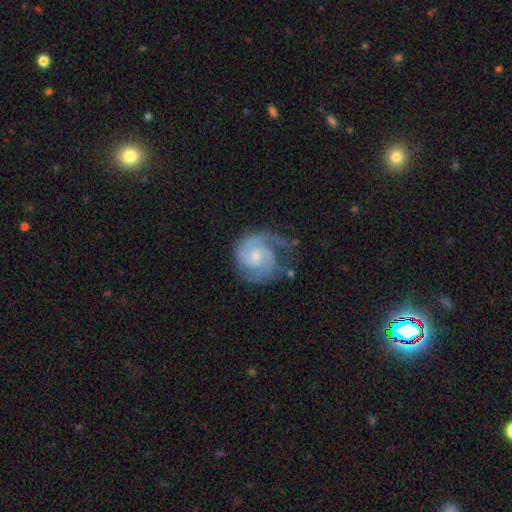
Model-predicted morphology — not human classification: Smooth or featured?
  - featured or disk: 83% *
  - smooth: 12%
  - star or artifact: 5%
Edge-on disk?
  - no: 98% *
  - yes: 2%
Bar?
  - no: 53% *
  - weak: 41%
  - strong: 6%
Spiral arms?
  - yes: 96% *
  - no: 4%
Spiral winding?
  - tight: 47% *
  - medium: 41%
  - loose: 12%
Spiral arm count?
  - 2: 57% *
  - can't tell: 14%
  - 3: 13%
  - 1: 12%
  - 4: 3%
  - more than 4: 2%
Bulge size?
  - small: 55% *
  - moderate: 35%
  - none: 6%
  - large: 2%
  - dominant: 1%
Merging?
  - none: 52% *
  - minor disturbance: 25%
  - major disturbance: 21%
  - merger: 3%